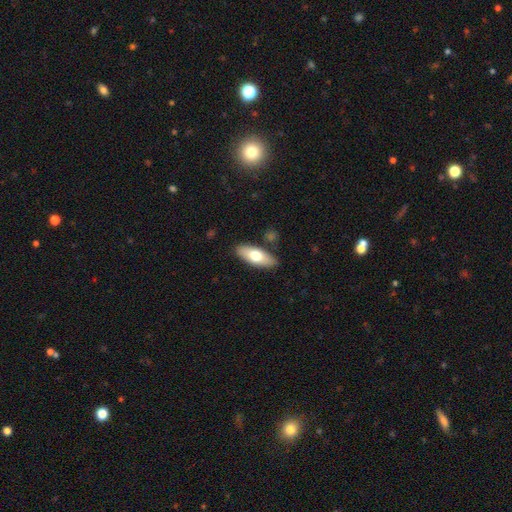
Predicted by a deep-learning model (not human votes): A smooth galaxy with no disk features (67%) that is in between round and cigar-shaped (76%).

Vote fractions:
- Smooth or featured? smooth: 67% / featured or disk: 27% / star or artifact: 6%
- How rounded? in between: 76% / cigar-shaped: 22% / round: 3%
- Merging? none: 84% / minor disturbance: 10% / merger: 3% / major disturbance: 2%